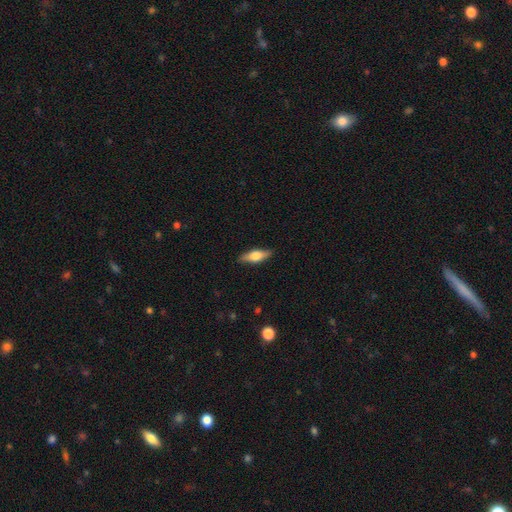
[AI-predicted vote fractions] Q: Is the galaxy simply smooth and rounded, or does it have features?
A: smooth — 53%.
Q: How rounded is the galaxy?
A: in between — 55%.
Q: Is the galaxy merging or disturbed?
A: none — 87%.